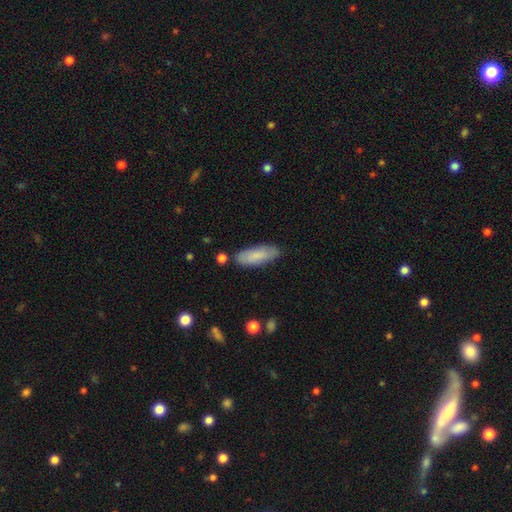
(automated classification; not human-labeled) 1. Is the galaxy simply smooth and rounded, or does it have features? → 81% smooth, 13% featured or disk, 6% star or artifact.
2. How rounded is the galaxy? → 64% in between, 34% cigar-shaped, 2% round.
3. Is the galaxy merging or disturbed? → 81% none, 14% minor disturbance, 3% major disturbance, 2% merger.